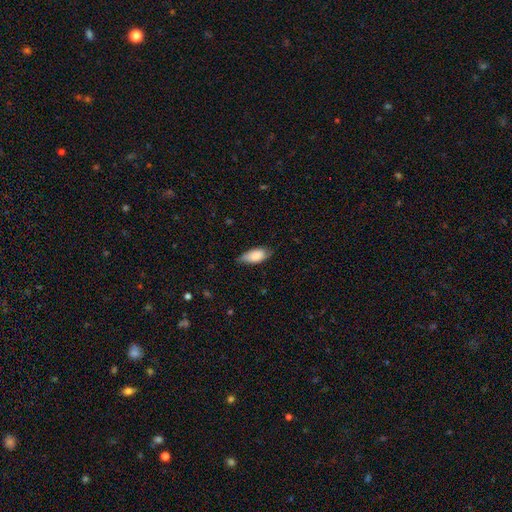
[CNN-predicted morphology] Smooth or featured? Predicted: smooth (p=0.83). How rounded? Predicted: in between (p=0.88). Merging? Predicted: none (p=0.63).